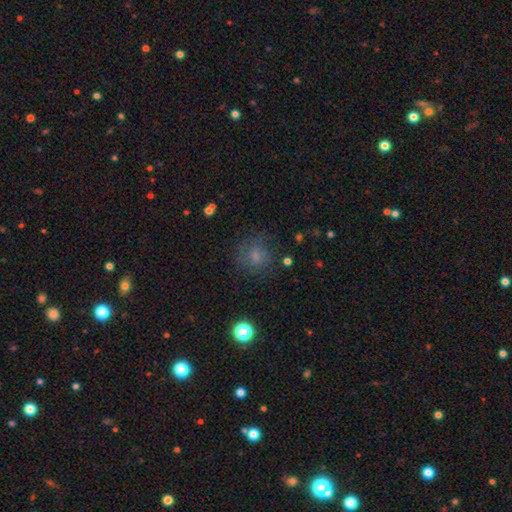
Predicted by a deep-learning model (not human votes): Smooth or featured? smooth (69%)
How rounded? round (83%)
Merging? none (72%)